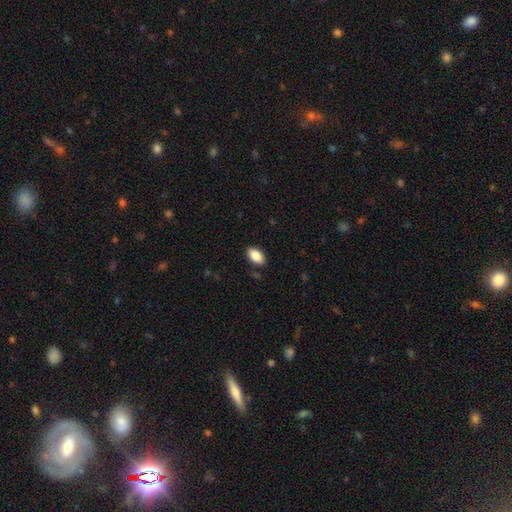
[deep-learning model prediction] Smooth or featured? Predicted: smooth (p=0.86). How rounded? Predicted: in between (p=0.93). Merging? Predicted: none (p=0.88).